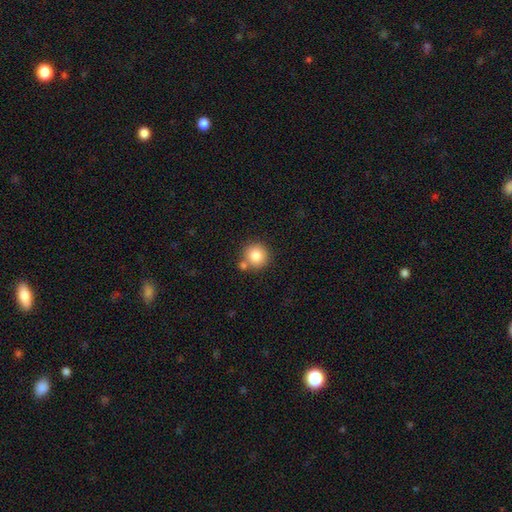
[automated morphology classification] Q: Smooth or featured?
A: smooth (82%); runner-up: star or artifact (10%)
Q: How rounded?
A: round (93%); runner-up: in between (6%)
Q: Merging?
A: none (72%); runner-up: merger (17%)